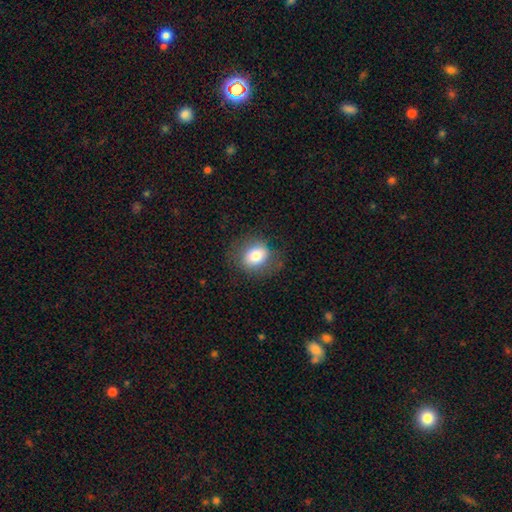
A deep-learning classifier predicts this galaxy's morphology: Smooth or featured? smooth (77%)
How rounded? round (58%)
Merging? none (76%)